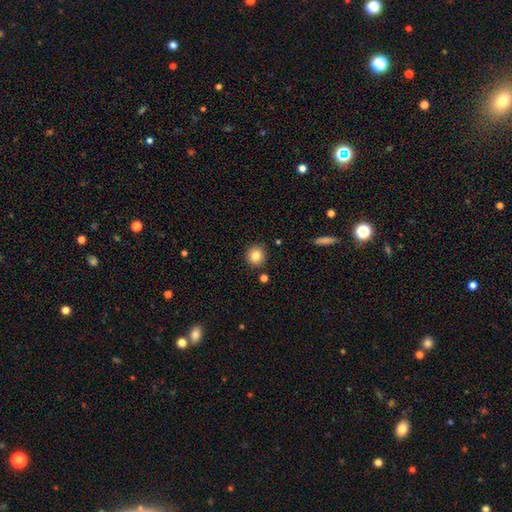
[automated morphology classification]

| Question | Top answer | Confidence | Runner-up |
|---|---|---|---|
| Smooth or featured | smooth | 83% | star or artifact (10%) |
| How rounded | round | 90% | in between (9%) |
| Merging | none | 88% | minor disturbance (7%) |